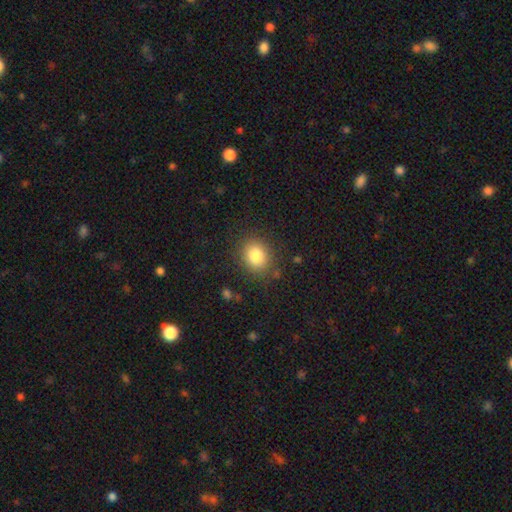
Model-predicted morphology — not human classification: This appears to be a smooth galaxy with no disk features (83%) that is round (61%). Merging: none (84%).